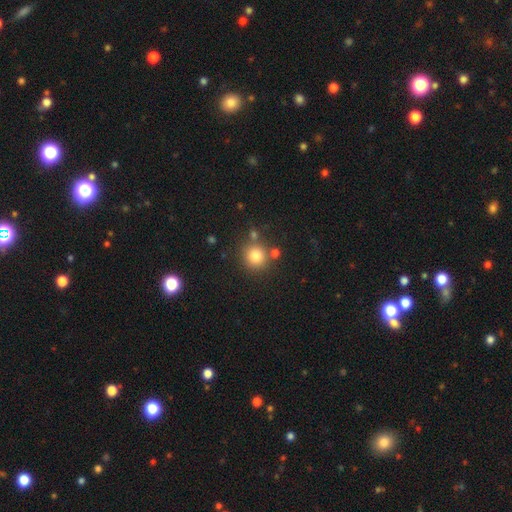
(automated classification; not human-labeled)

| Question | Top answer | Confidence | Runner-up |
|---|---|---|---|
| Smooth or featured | smooth | 81% | star or artifact (12%) |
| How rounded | round | 91% | in between (8%) |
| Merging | none | 75% | merger (11%) |